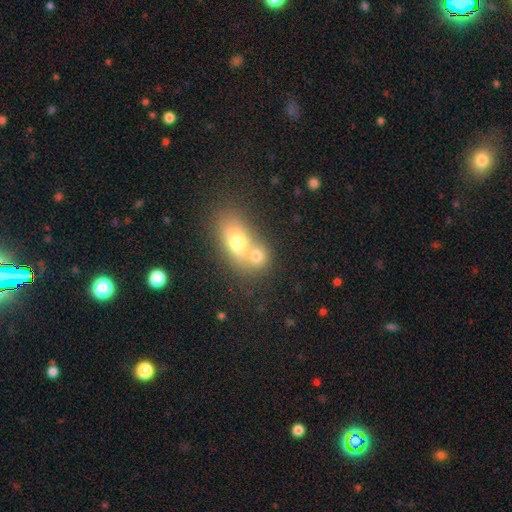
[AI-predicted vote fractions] Overall: smooth (70%). How rounded: in between (58%; round 38%). Merging: merger (63%; none 27%).